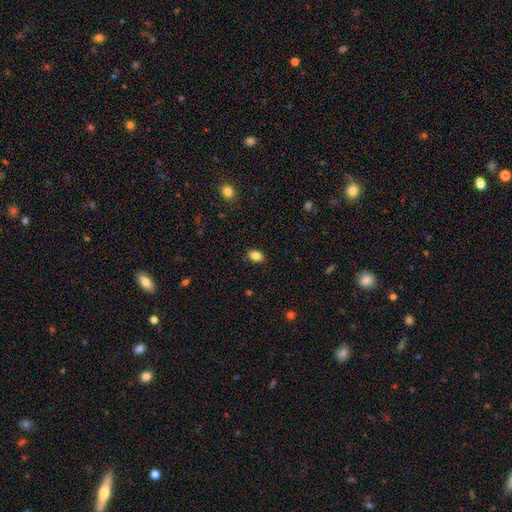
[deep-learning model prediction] Smooth or featured? smooth (85%)
How rounded? in between (81%)
Merging? none (88%)